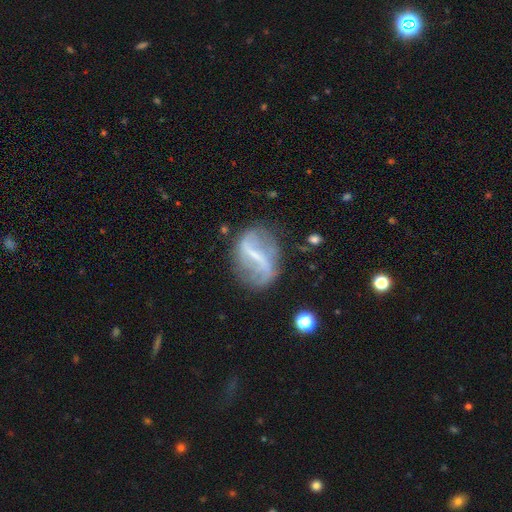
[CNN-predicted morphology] smooth-or-featured: featured or disk: 78% | smooth: 14% | star or artifact: 9%
  disk-edge-on: no: 95% | yes: 5%
    bar: strong: 64% | weak: 27% | no: 9%
    has-spiral-arms: yes: 77% | no: 23%
      spiral-winding: loose: 70% | medium: 21% | tight: 9%
      spiral-arm-count: 2: 81% | can't tell: 10% | 1: 6% | 3: 2% | 4: 1% | more than 4: 1%
    bulge-size: small: 51% | none: 34% | moderate: 13% | large: 2% | dominant: 1%
  merging: none: 69% | minor disturbance: 17% | major disturbance: 11% | merger: 3%